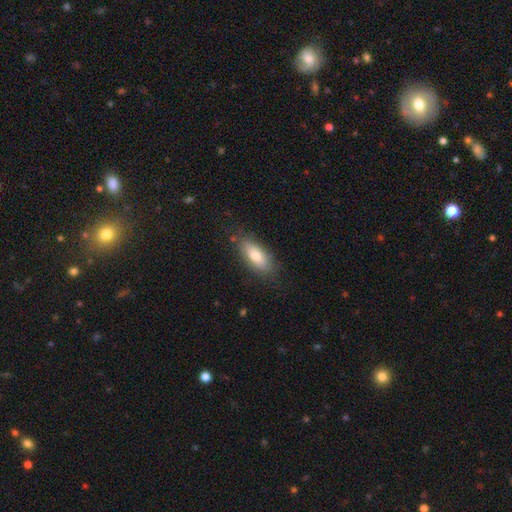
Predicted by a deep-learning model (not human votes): smooth 75%, featured or disk 18%, star or artifact 7%. Down the decision tree: how rounded — in between (78%); merging — none (79%).